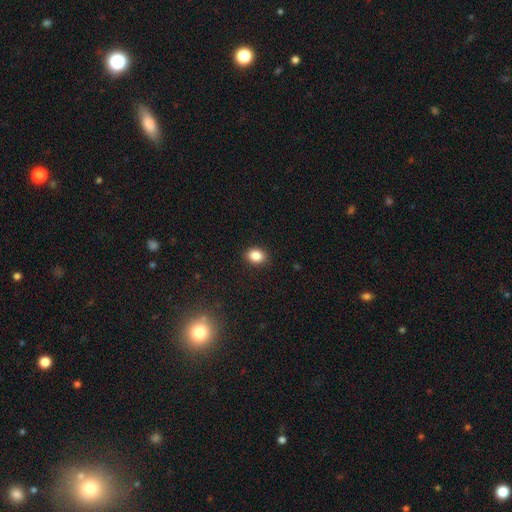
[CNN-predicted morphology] This appears to be a smooth galaxy with no disk features (86%) that is in between round and cigar-shaped (61%). Merging: none (89%).